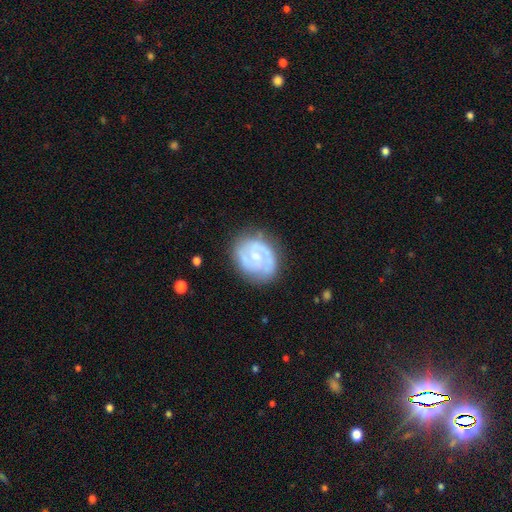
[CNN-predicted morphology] Smooth or featured?
  - featured or disk: 78% *
  - smooth: 16%
  - star or artifact: 6%
Edge-on disk?
  - no: 98% *
  - yes: 2%
Bar?
  - no: 48% *
  - weak: 42%
  - strong: 9%
Spiral arms?
  - yes: 91% *
  - no: 9%
Spiral winding?
  - tight: 52% *
  - medium: 38%
  - loose: 10%
Spiral arm count?
  - 2: 67% *
  - can't tell: 15%
  - 3: 8%
  - 1: 6%
  - 4: 2%
  - more than 4: 2%
Bulge size?
  - small: 65% *
  - moderate: 25%
  - none: 8%
  - large: 1%
  - dominant: 1%
Merging?
  - none: 76% *
  - minor disturbance: 16%
  - major disturbance: 6%
  - merger: 2%